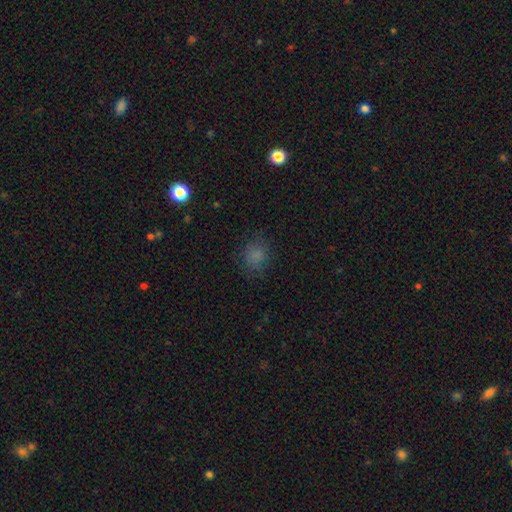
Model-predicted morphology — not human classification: smooth-or-featured: smooth: 78% | star or artifact: 16% | featured or disk: 6%
  how-rounded: round: 78% | in between: 20% | cigar-shaped: 1%
  merging: none: 78% | minor disturbance: 15% | major disturbance: 6% | merger: 1%